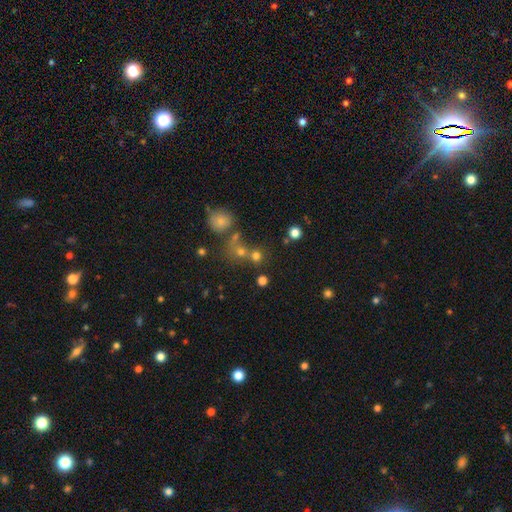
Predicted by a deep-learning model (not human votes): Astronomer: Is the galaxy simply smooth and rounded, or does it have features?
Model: smooth — 68%.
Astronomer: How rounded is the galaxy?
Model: round — 87%.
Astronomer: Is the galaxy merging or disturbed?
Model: none — 55% (runner-up: merger, 33%).